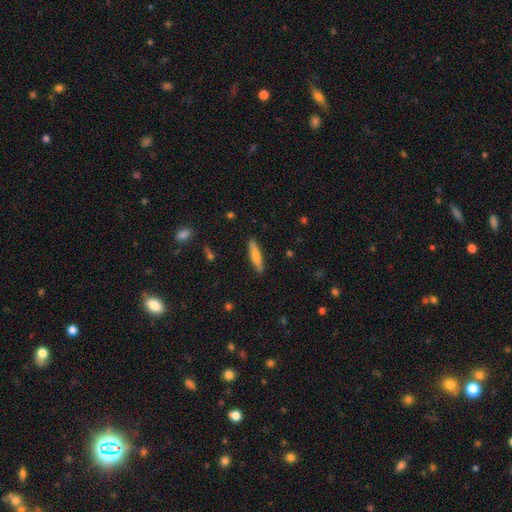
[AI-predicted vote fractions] smooth 65%, featured or disk 29%, star or artifact 6%. Down the decision tree: how rounded — cigar-shaped (81%); merging — none (89%).